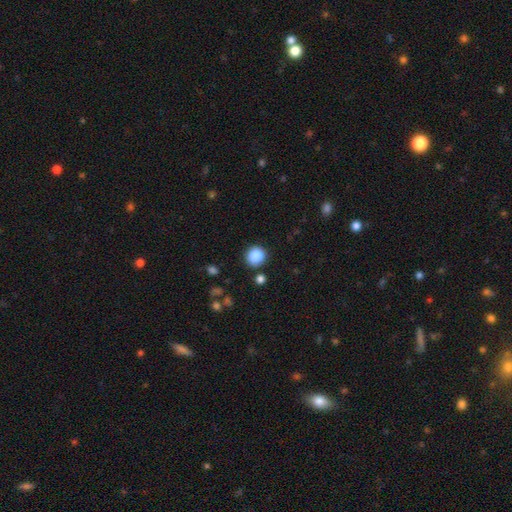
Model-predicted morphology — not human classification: Q: Smooth or featured?
A: smooth (87%); runner-up: star or artifact (9%)
Q: How rounded?
A: round (87%); runner-up: in between (12%)
Q: Merging?
A: none (84%); runner-up: minor disturbance (9%)